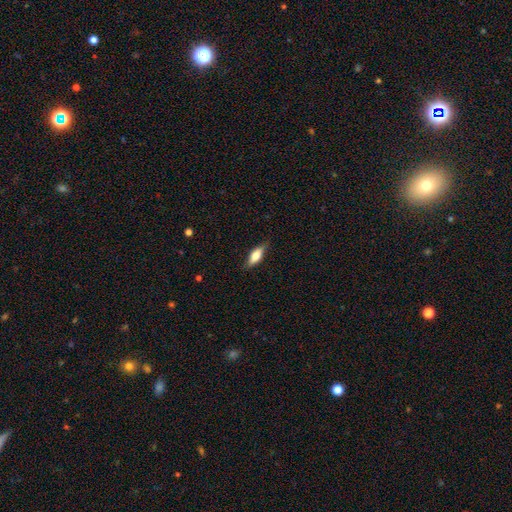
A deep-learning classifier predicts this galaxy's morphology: The model was most divided on "how rounded": in between: 66%, cigar-shaped: 31%, round: 3%. More confident: merging — none (78%); smooth or featured — smooth (65%).